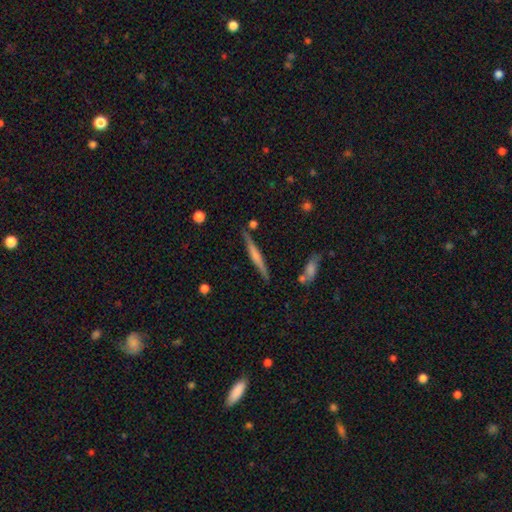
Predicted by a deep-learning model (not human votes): Q: Smooth or featured?
A: featured or disk (53%); runner-up: smooth (41%)
Q: Edge-on disk?
A: yes (97%); runner-up: no (3%)
Q: Edge-on bulge?
A: none (42%); runner-up: rounded (39%)
Q: Merging?
A: none (84%); runner-up: minor disturbance (10%)